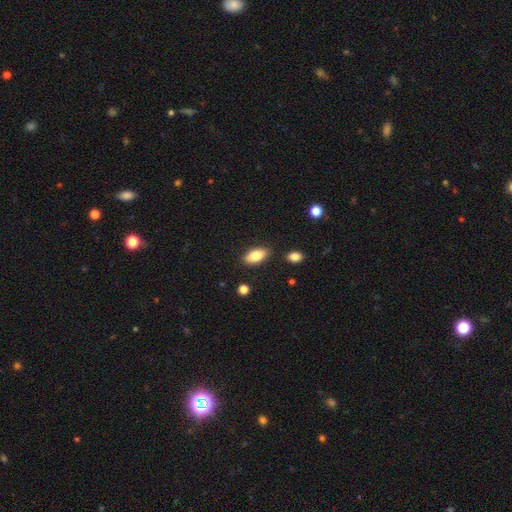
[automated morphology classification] smooth 80%, featured or disk 13%, star or artifact 7%. Down the decision tree: how rounded — in between (88%); merging — none (87%).